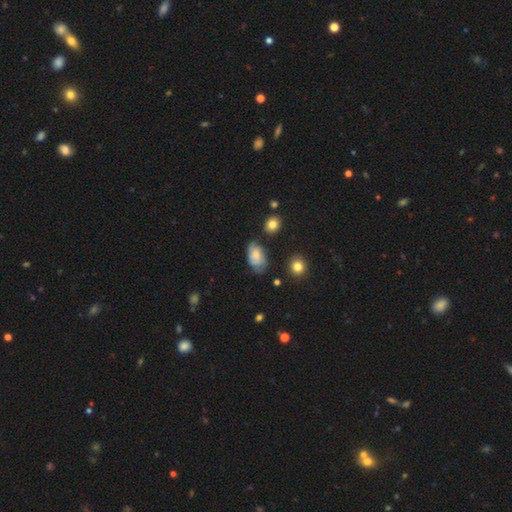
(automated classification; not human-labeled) smooth-or-featured: smooth: 61% | featured or disk: 30% | star or artifact: 9%
  how-rounded: in between: 90% | round: 8% | cigar-shaped: 2%
  merging: none: 56% | minor disturbance: 31% | major disturbance: 10% | merger: 4%